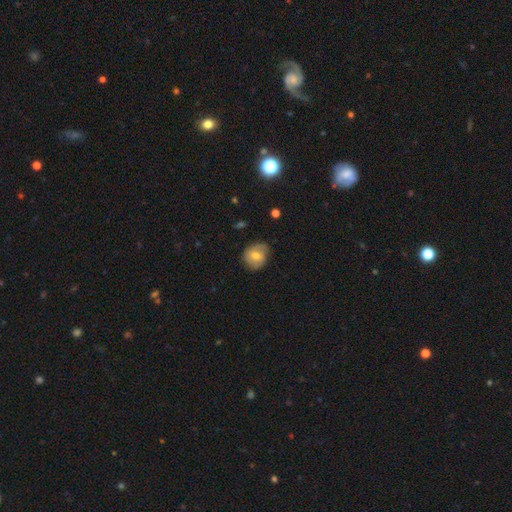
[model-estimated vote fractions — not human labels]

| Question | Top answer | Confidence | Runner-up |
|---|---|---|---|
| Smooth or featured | smooth | 61% | featured or disk (30%) |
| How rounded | round | 70% | in between (29%) |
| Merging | none | 66% | minor disturbance (27%) |